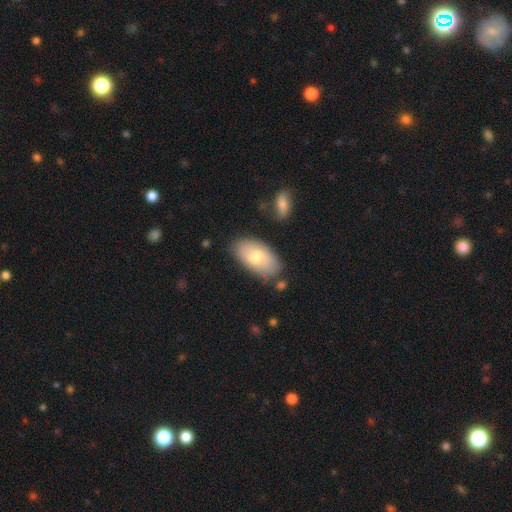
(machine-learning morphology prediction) Smooth or featured? smooth (68%)
How rounded? in between (95%)
Merging? none (77%)